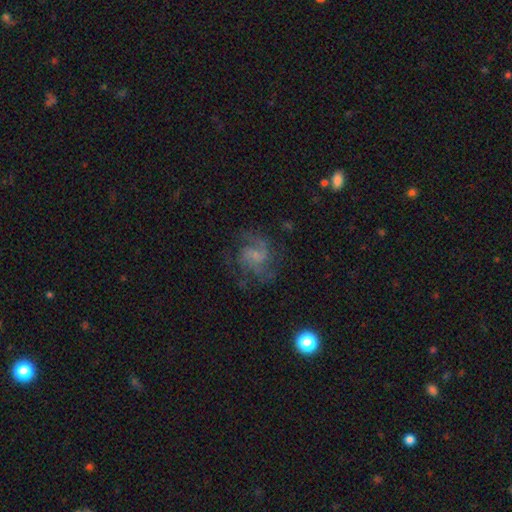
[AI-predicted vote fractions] Smooth or featured? Predicted: featured or disk (p=0.75). Edge-on disk? Predicted: no (p=0.98). Bar? Predicted: no (p=0.52). Spiral arms? Predicted: yes (p=0.92). Spiral winding? Predicted: medium (p=0.52). Spiral arm count? Predicted: 2 (p=0.49). Bulge size? Predicted: small (p=0.46). Merging? Predicted: none (p=0.64).